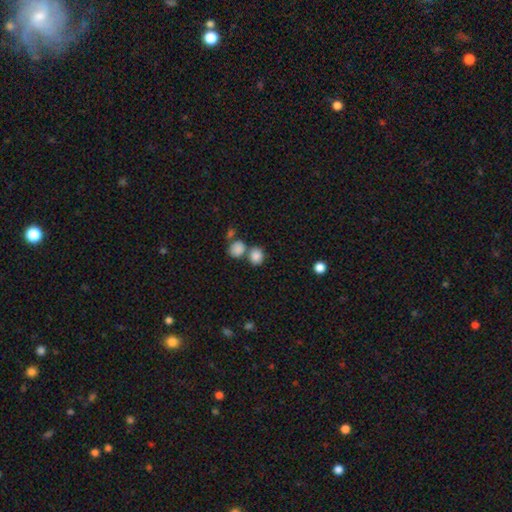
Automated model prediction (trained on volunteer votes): Q: Smooth or featured?
A: smooth (85%); runner-up: star or artifact (10%)
Q: How rounded?
A: round (66%); runner-up: in between (33%)
Q: Merging?
A: none (54%); runner-up: merger (33%)